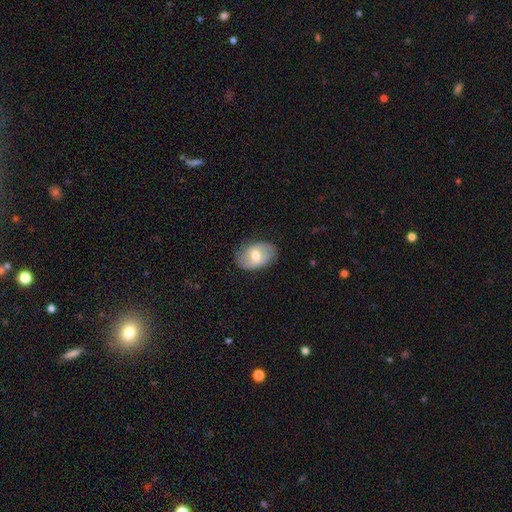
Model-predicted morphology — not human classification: A smooth galaxy with no disk features (49%). Merging: none (78%).